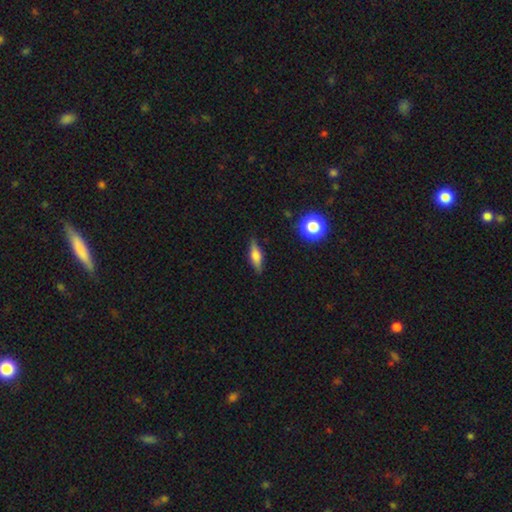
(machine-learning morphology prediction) A smooth galaxy with no disk features (51%) that is cigar-shaped (49%).

Vote fractions:
- Smooth or featured? smooth: 51% / featured or disk: 40% / star or artifact: 9%
- How rounded? cigar-shaped: 49% / in between: 46% / round: 5%
- Merging? none: 85% / minor disturbance: 11% / major disturbance: 2% / merger: 1%